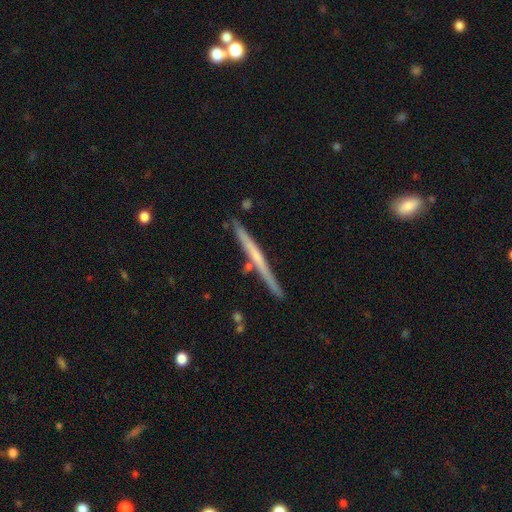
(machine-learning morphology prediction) This is possibly a featured or disk galaxy (58%). It is clearly viewed edge-on (97%). Edge-on bulge: likely none (78%). Merging: clearly none (85%).